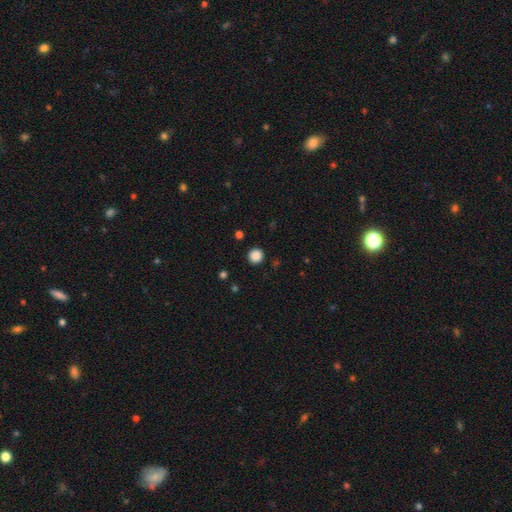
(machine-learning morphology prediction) Q: Smooth or featured?
A: smooth (87%); runner-up: star or artifact (10%)
Q: How rounded?
A: round (95%); runner-up: in between (4%)
Q: Merging?
A: none (92%); runner-up: minor disturbance (5%)